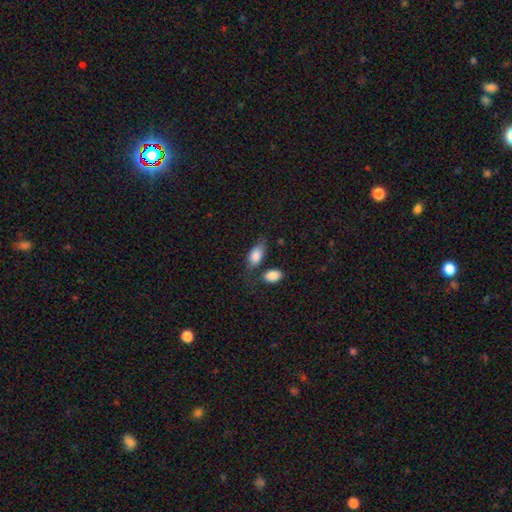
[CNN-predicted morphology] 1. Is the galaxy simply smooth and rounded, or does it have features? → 84% smooth, 9% featured or disk, 7% star or artifact.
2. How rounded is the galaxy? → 90% in between, 5% round, 5% cigar-shaped.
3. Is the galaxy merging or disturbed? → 51% none, 22% minor disturbance, 17% merger, 9% major disturbance.